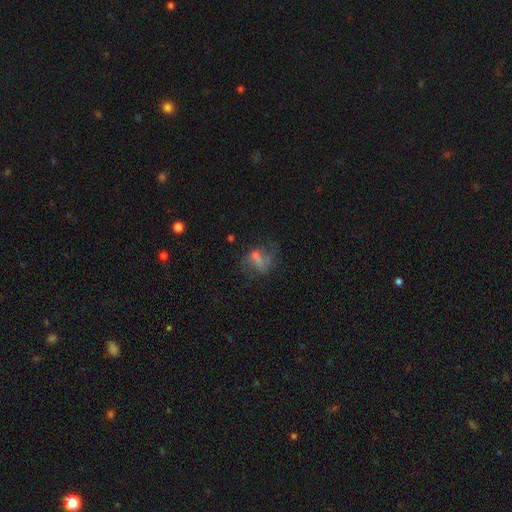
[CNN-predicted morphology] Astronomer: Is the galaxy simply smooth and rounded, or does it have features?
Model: featured or disk — 43% (runner-up: smooth, 40%).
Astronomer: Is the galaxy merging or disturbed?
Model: none — 51%.